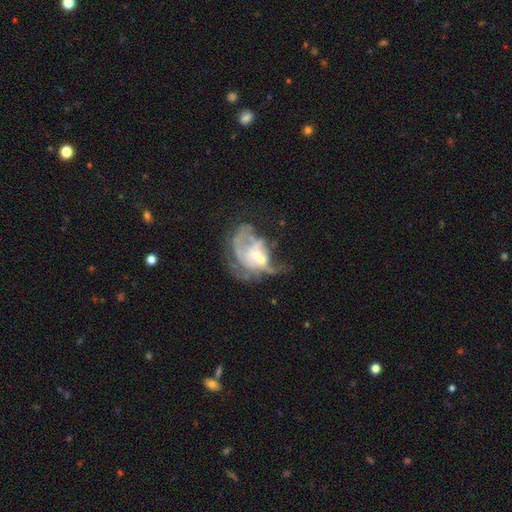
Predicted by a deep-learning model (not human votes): Overall: featured or disk (68%). Edge-on disk: no (97%). Bar: no (79%). Spiral arms: no (61%; yes 39%). Bulge size: small (43%; moderate 38%). Merging: major disturbance (39%; merger 30%).